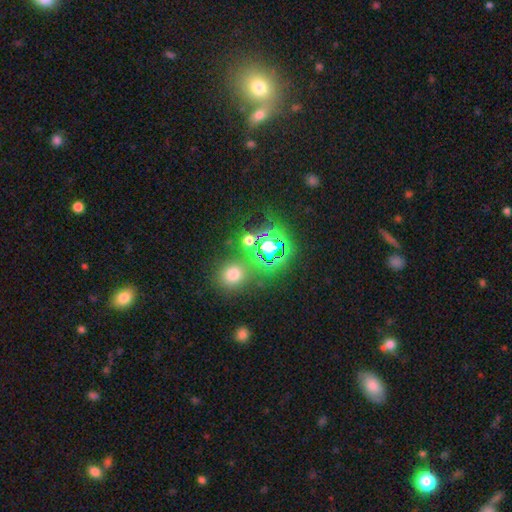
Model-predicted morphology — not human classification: A star or artifact, not a galaxy (66%).

Vote fractions:
- Smooth or featured? star or artifact: 66% / smooth: 26% / featured or disk: 8%